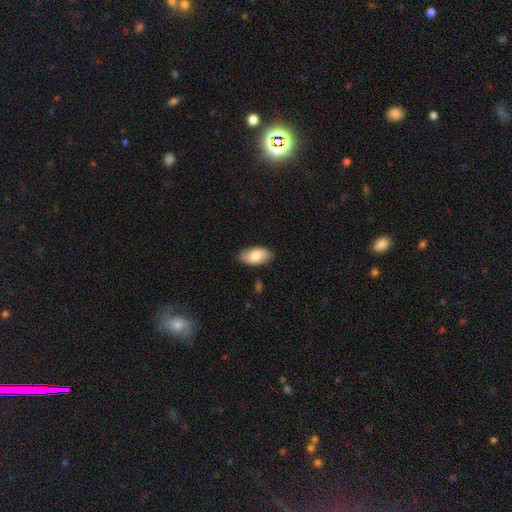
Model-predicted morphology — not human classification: Smooth or featured?
  - smooth: 74% *
  - featured or disk: 20%
  - star or artifact: 6%
How rounded?
  - in between: 94% *
  - round: 3%
  - cigar-shaped: 2%
Merging?
  - none: 83% *
  - minor disturbance: 13%
  - major disturbance: 2%
  - merger: 1%